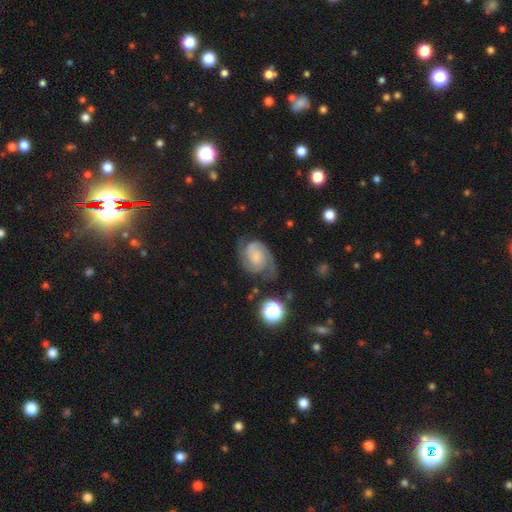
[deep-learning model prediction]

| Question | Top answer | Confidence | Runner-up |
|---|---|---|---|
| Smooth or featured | featured or disk | 81% | smooth (12%) |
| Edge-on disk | no | 98% | yes (2%) |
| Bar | no | 66% | weak (29%) |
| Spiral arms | yes | 97% | no (3%) |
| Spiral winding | medium | 44% | tight (41%) |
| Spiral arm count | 2 | 83% | can't tell (6%) |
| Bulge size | small | 51% | none (22%) |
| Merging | none | 62% | minor disturbance (21%) |